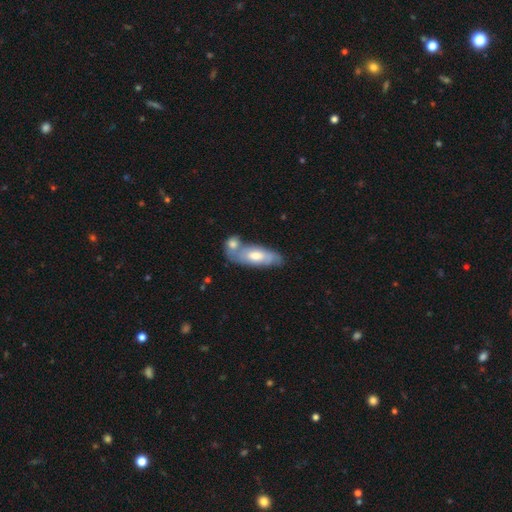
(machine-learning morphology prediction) Overall: featured or disk (49%; smooth 45%). Merging: none (44%; merger 36%).